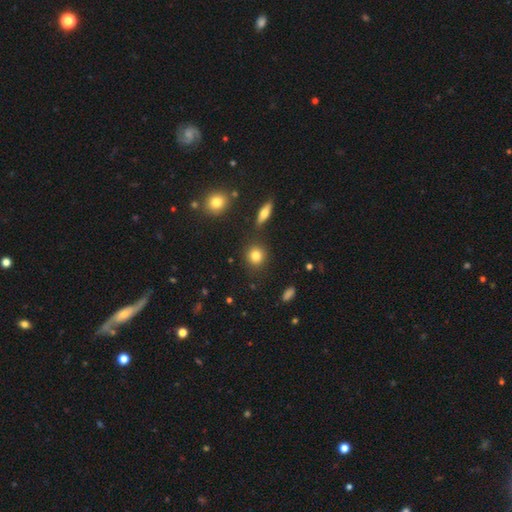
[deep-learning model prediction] Smooth or featured? smooth (82%)
How rounded? round (85%)
Merging? none (85%)